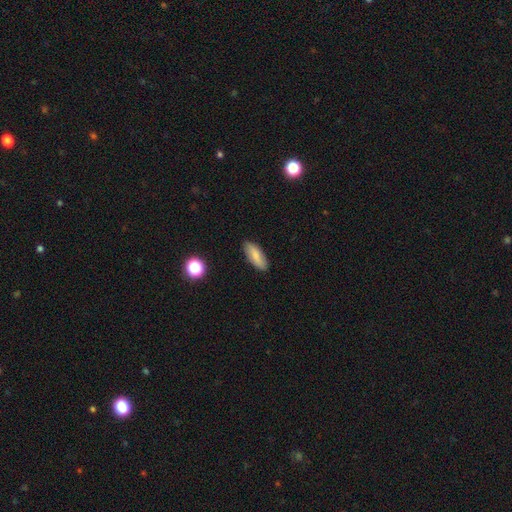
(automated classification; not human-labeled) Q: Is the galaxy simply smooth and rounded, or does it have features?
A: smooth — 79%.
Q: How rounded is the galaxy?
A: in between — 73%.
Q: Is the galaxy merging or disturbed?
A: none — 87%.